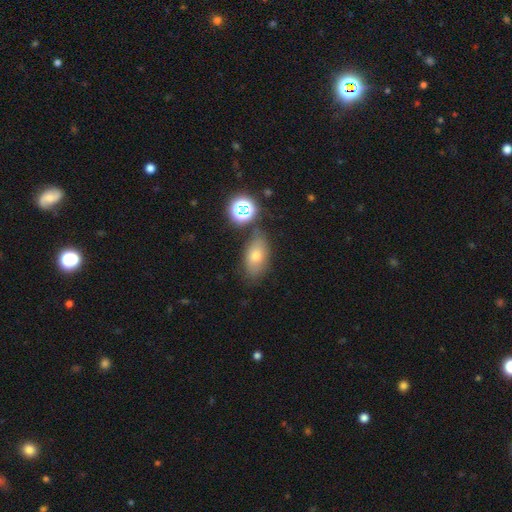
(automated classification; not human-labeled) smooth_or_featured: smooth (p=0.66) [alt: featured or disk p=0.18]
how_rounded: in between (p=0.85) [alt: round p=0.12]
merging: none (p=0.73) [alt: minor disturbance p=0.16]